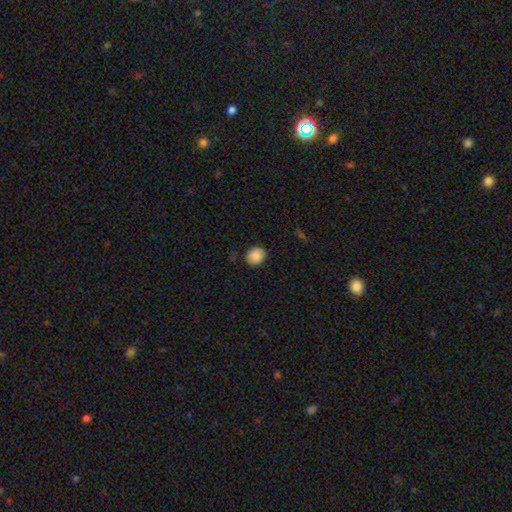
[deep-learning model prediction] A smooth galaxy with no disk features (88%) that is round (72%). Merging: none (83%).